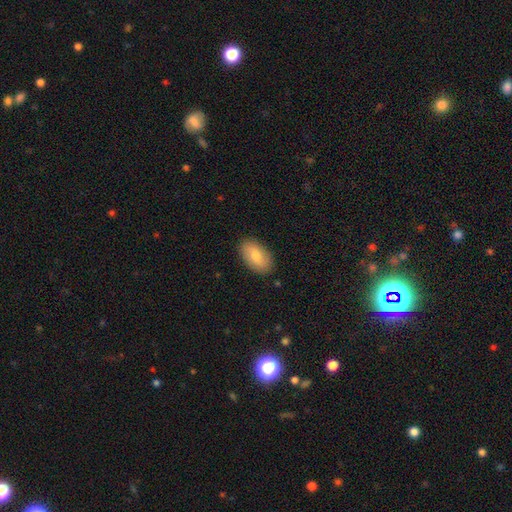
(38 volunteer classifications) Smooth or featured? smooth (53%)
How rounded? in between (95%)
Merging? none (97%)